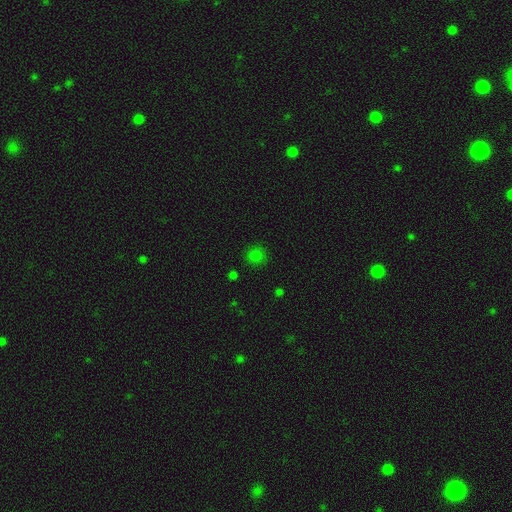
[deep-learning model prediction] smooth_or_featured: smooth (p=0.78) [alt: star or artifact p=0.18]
how_rounded: round (p=0.88) [alt: in between p=0.11]
merging: none (p=0.86) [alt: minor disturbance p=0.09]